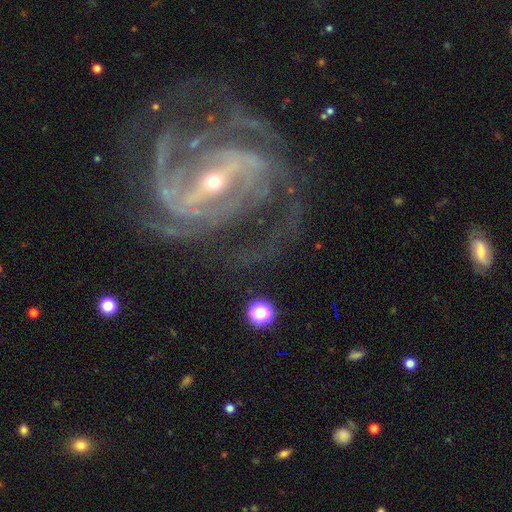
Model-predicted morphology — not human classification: smooth_or_featured: featured or disk (p=0.92) [alt: star or artifact p=0.06]
disk_edge_on: no (p=0.97) [alt: yes p=0.03]
bar: strong (p=0.70) [alt: weak p=0.23]
has_spiral_arms: yes (p=0.98) [alt: no p=0.02]
spiral_winding: tight (p=0.47) [alt: medium p=0.43]
spiral_arm_count: 2 (p=0.26) [alt: 3 p=0.21]
bulge_size: small (p=0.71) [alt: moderate p=0.25]
merging: none (p=0.65) [alt: major disturbance p=0.17]